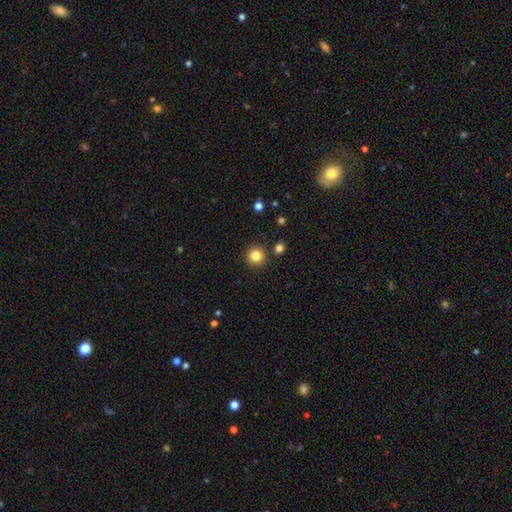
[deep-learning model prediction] smooth_or_featured: smooth (p=0.83) [alt: star or artifact p=0.12]
how_rounded: round (p=0.95) [alt: in between p=0.04]
merging: none (p=0.90) [alt: minor disturbance p=0.05]